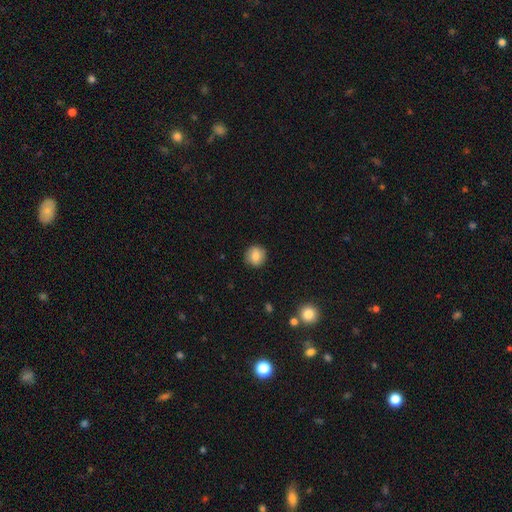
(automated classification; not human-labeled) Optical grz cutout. It shows a smooth galaxy with no disk features (82%) that is round (89%). Merging: none (89%).